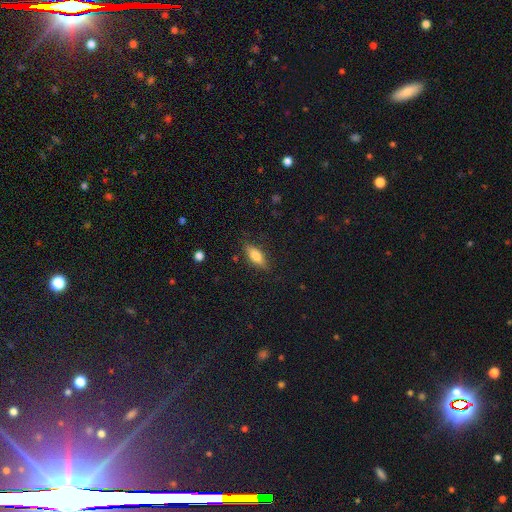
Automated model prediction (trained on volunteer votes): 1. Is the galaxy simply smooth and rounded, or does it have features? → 70% smooth, 22% featured or disk, 8% star or artifact.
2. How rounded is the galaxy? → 68% in between, 29% cigar-shaped, 3% round.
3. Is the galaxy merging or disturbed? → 82% none, 13% minor disturbance, 3% major disturbance, 1% merger.